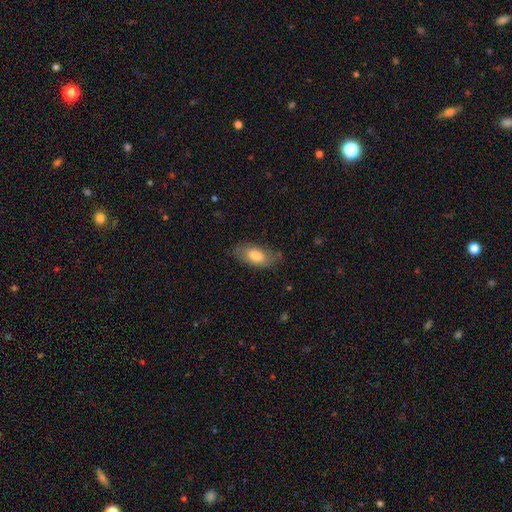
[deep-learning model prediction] Smooth or featured? smooth (78%)
How rounded? in between (88%)
Merging? none (76%)